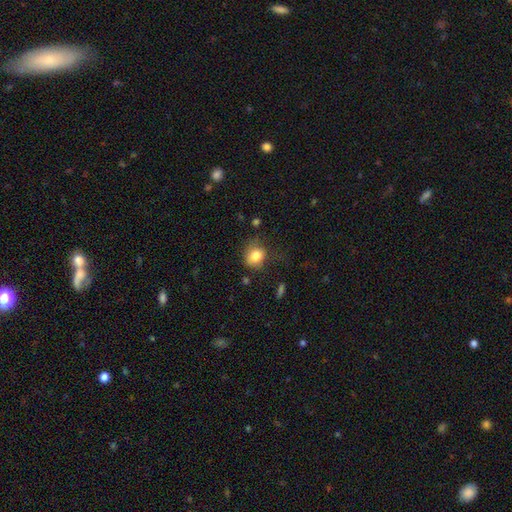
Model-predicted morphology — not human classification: The model was most divided on "how rounded": round: 71%, in between: 28%, cigar-shaped: 1%. More confident: smooth or featured — smooth (81%); merging — none (67%).